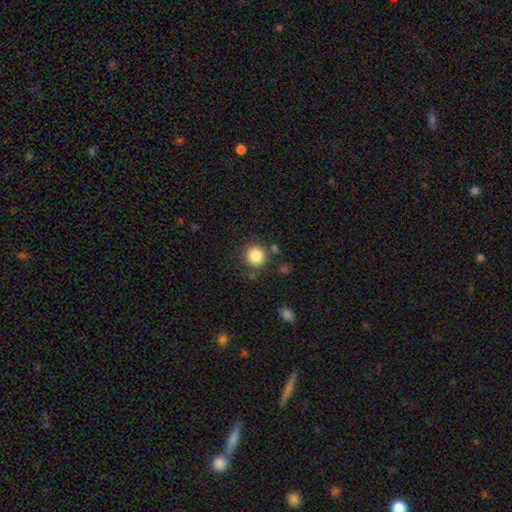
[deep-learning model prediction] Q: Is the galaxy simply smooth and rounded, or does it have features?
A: smooth — 85%.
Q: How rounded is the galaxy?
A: round — 93%.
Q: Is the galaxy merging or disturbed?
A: none — 82%.